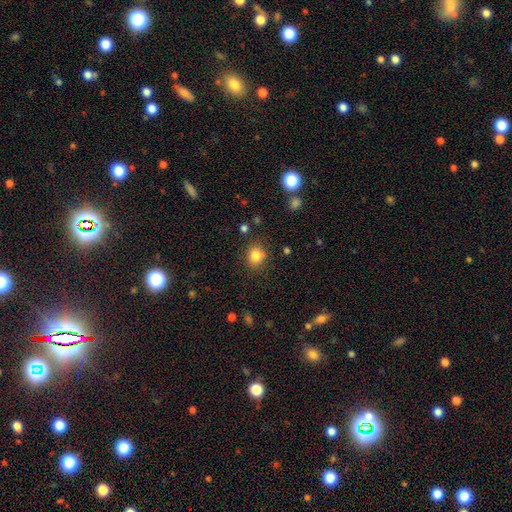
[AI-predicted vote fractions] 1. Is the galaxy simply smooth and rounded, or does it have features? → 83% smooth, 11% star or artifact, 6% featured or disk.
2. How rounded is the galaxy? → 75% round, 24% in between, 1% cigar-shaped.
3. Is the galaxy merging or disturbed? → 82% none, 12% minor disturbance, 4% major disturbance, 3% merger.